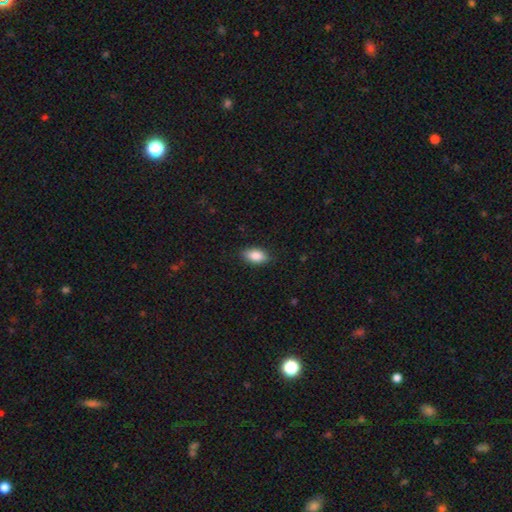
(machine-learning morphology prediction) Smooth or featured: smooth — 86% (star or artifact — 7%)
How rounded: in between — 91% (round — 5%)
Merging: none — 84% (minor disturbance — 12%)